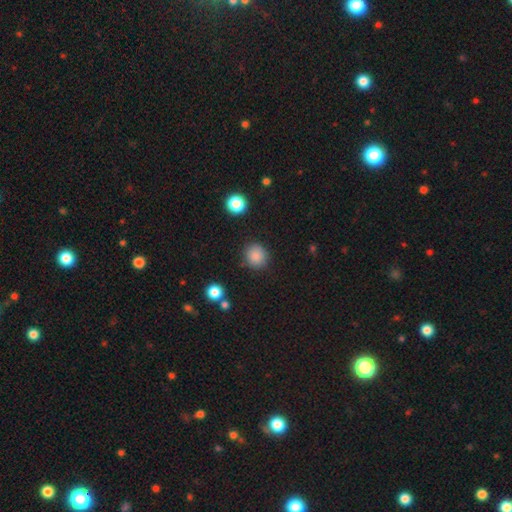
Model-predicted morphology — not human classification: A smooth galaxy with no disk features (85%) that is round (89%).

Vote fractions:
- Smooth or featured? smooth: 85% / star or artifact: 10% / featured or disk: 5%
- How rounded? round: 89% / in between: 10% / cigar-shaped: 1%
- Merging? none: 87% / minor disturbance: 8% / major disturbance: 3% / merger: 2%